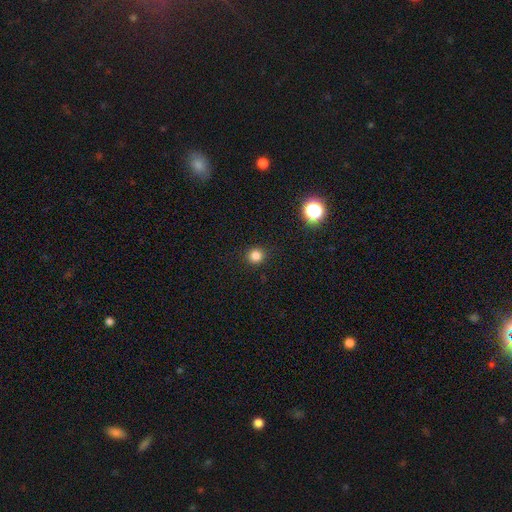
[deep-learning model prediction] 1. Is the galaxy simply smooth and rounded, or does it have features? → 83% smooth, 14% star or artifact, 4% featured or disk.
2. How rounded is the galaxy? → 93% round, 6% in between, 1% cigar-shaped.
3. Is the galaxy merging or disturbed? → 92% none, 5% minor disturbance, 2% major disturbance, 1% merger.